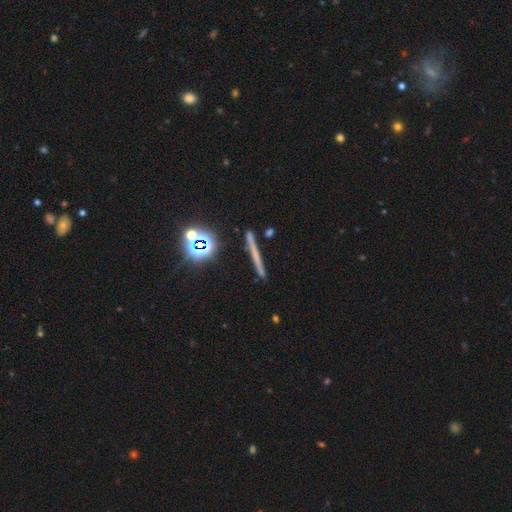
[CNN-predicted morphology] smooth 43%, featured or disk 37%, star or artifact 21%. Down the decision tree: merging — none (86%).